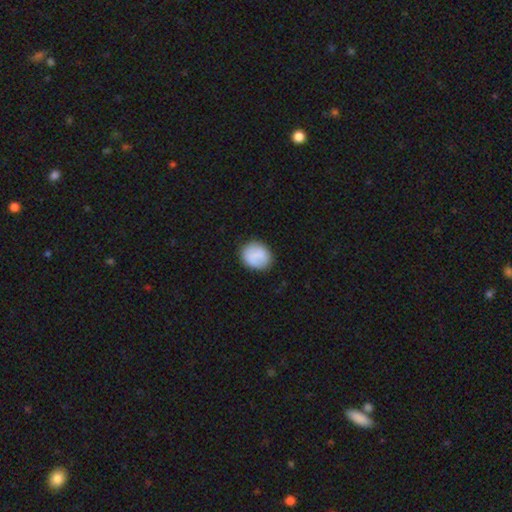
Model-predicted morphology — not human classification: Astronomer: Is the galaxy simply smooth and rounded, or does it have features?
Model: smooth — 81%.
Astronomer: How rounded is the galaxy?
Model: round — 75%.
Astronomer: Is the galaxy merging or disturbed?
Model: none — 83%.